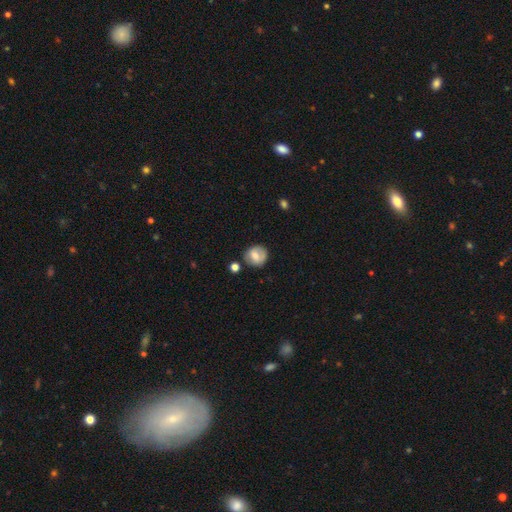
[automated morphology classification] This appears to be a smooth galaxy with no disk features (67%) that is round (83%). Merging: none (73%).